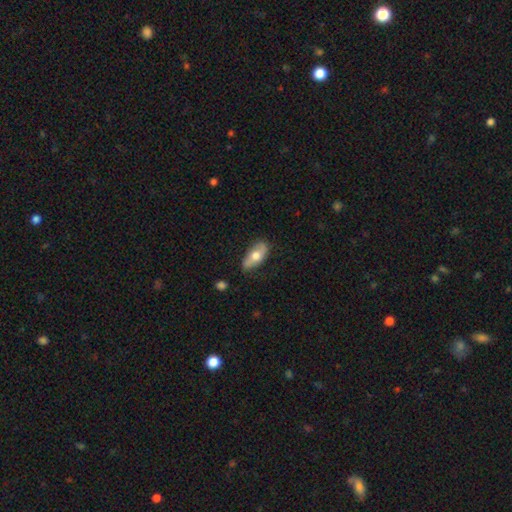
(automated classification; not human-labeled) A smooth galaxy with no disk features (60%) that is in between round and cigar-shaped (85%).

Vote fractions:
- Smooth or featured? smooth: 60% / featured or disk: 35% / star or artifact: 6%
- How rounded? in between: 85% / cigar-shaped: 12% / round: 4%
- Merging? none: 77% / minor disturbance: 18% / major disturbance: 3% / merger: 2%